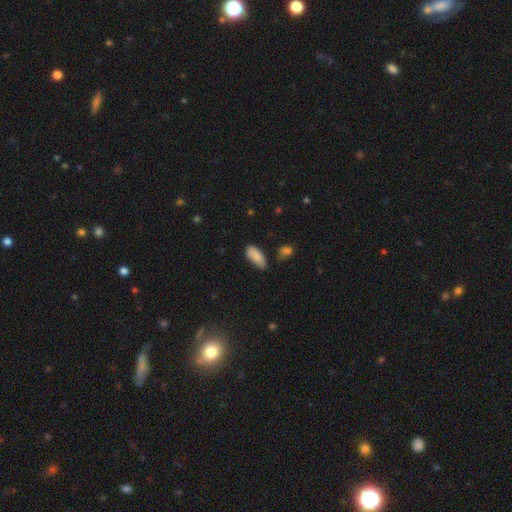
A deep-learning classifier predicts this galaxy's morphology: A smooth galaxy with no disk features (85%) that is in between round and cigar-shaped (87%).

Vote fractions:
- Smooth or featured? smooth: 85% / featured or disk: 7% / star or artifact: 7%
- How rounded? in between: 87% / cigar-shaped: 11% / round: 2%
- Merging? none: 57% / minor disturbance: 32% / major disturbance: 6% / merger: 4%